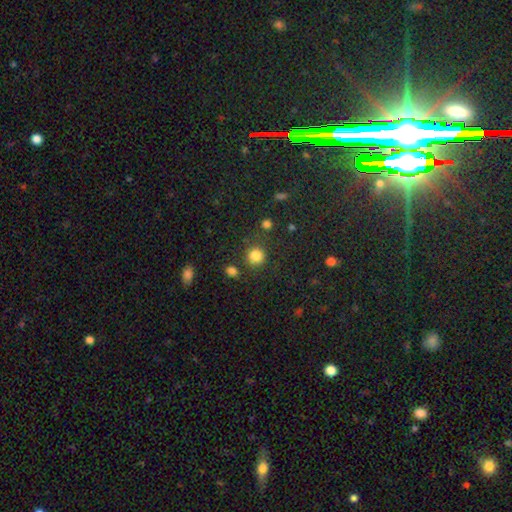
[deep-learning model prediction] A smooth galaxy with no disk features (83%) that is round (90%).

Vote fractions:
- Smooth or featured? smooth: 83% / star or artifact: 12% / featured or disk: 4%
- How rounded? round: 90% / in between: 9% / cigar-shaped: 1%
- Merging? none: 80% / minor disturbance: 10% / merger: 6% / major disturbance: 4%